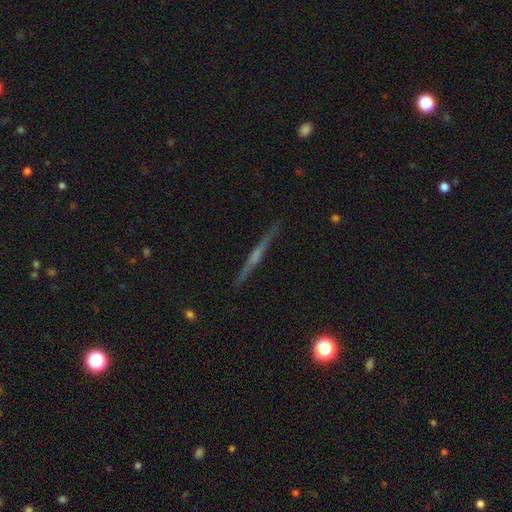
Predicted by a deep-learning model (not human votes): A featured or disk galaxy (73%) viewed edge-on (98%) with a rounded central bulge (52%).

Vote fractions:
- Smooth or featured? featured or disk: 73% / smooth: 19% / star or artifact: 8%
- Edge-on disk? yes: 98% / no: 2%
- Edge-on bulge? rounded: 52% / none: 36% / boxy: 13%
- Merging? none: 91% / minor disturbance: 6% / major disturbance: 1% / merger: 1%